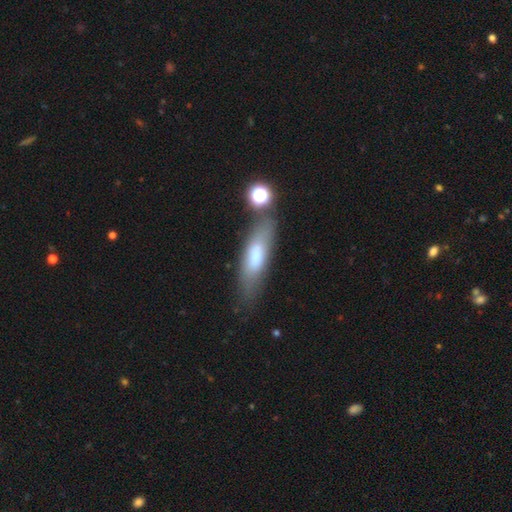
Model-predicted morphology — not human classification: This appears to be a smooth galaxy with no disk features (69%) that is cigar-shaped (52%). Merging: none (66%).